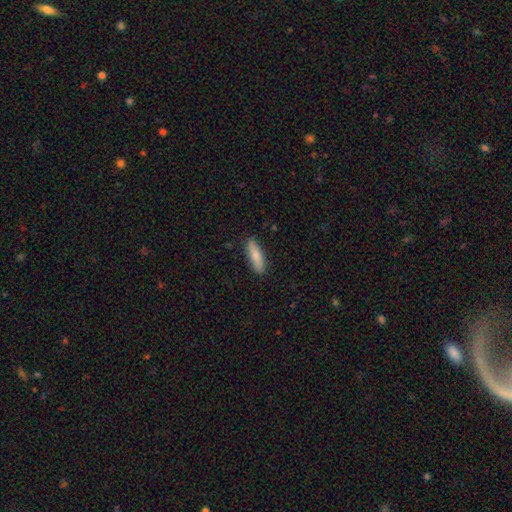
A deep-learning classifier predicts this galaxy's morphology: type=smooth (82%); roundness=cigar-shaped (58%); merging=none (88%).